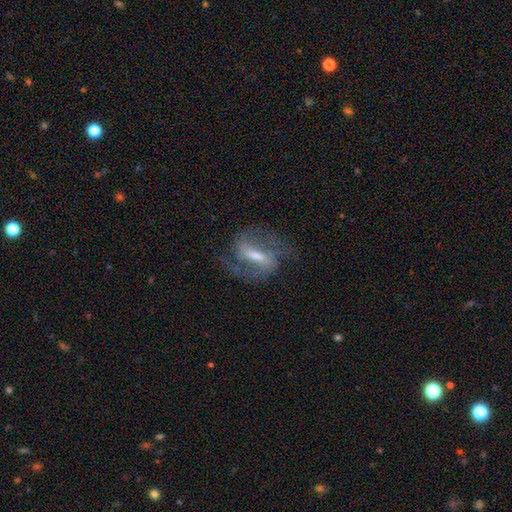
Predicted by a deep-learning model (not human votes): Smooth or featured? featured or disk (84%)
Edge-on disk? no (95%)
Bar? strong (53%)
Spiral arms? yes (95%)
Spiral winding? medium (56%)
Spiral arm count? 2 (89%)
Bulge size? moderate (45%)
Merging? none (71%)